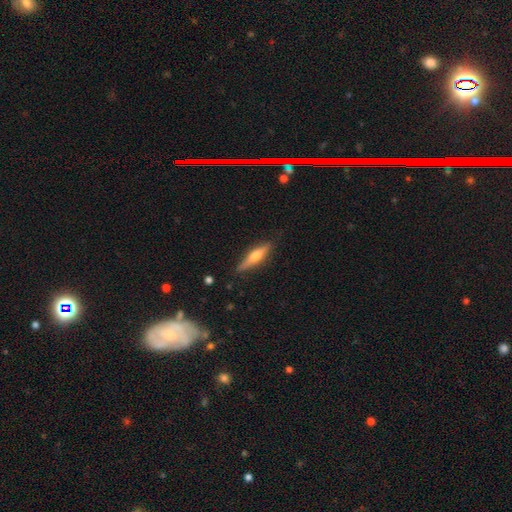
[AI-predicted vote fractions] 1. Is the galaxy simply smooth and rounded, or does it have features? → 53% featured or disk, 42% smooth, 6% star or artifact.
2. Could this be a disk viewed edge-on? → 94% yes, 6% no.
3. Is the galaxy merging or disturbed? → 84% none, 12% minor disturbance, 2% major disturbance, 1% merger.